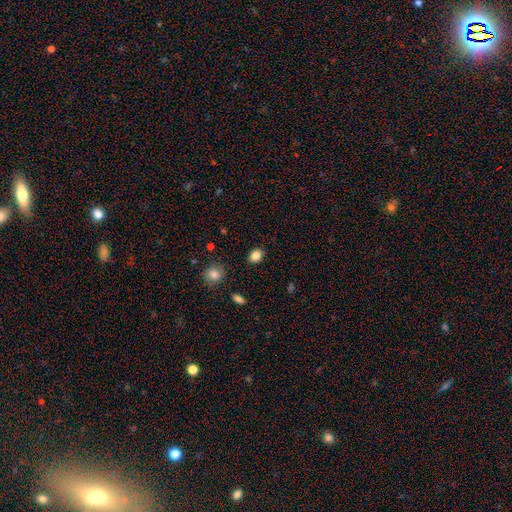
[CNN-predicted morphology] This appears to be a smooth galaxy with no disk features (85%) that is round (52%). Merging: none (87%).